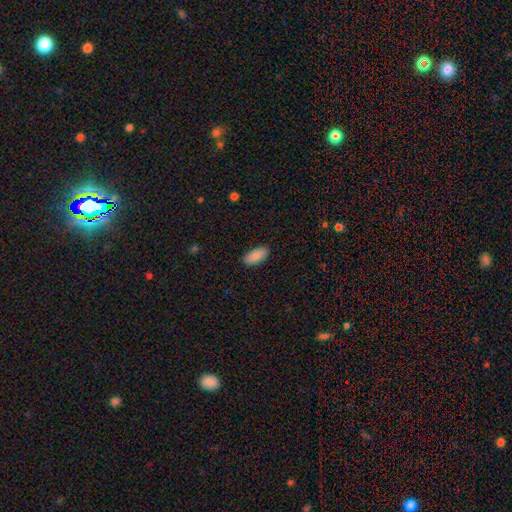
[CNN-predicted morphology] Smooth or featured? smooth (89%)
How rounded? in between (90%)
Merging? none (87%)